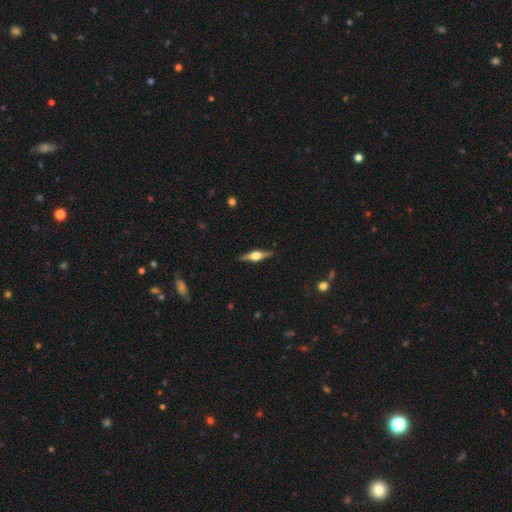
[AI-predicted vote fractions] Smooth or featured: featured or disk — 73% (smooth — 21%)
Edge-on disk: yes — 97% (no — 3%)
Edge-on bulge: rounded — 93% (boxy — 6%)
Merging: none — 90% (minor disturbance — 7%)